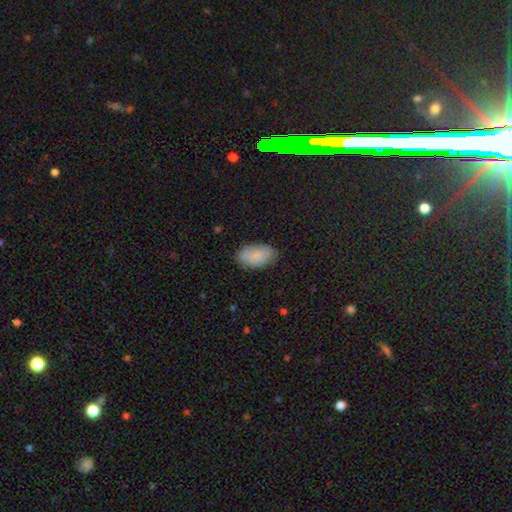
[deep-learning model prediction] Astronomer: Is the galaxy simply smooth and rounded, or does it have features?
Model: smooth — 84%.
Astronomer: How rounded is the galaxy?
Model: in between — 94%.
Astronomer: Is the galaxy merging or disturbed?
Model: none — 78%.